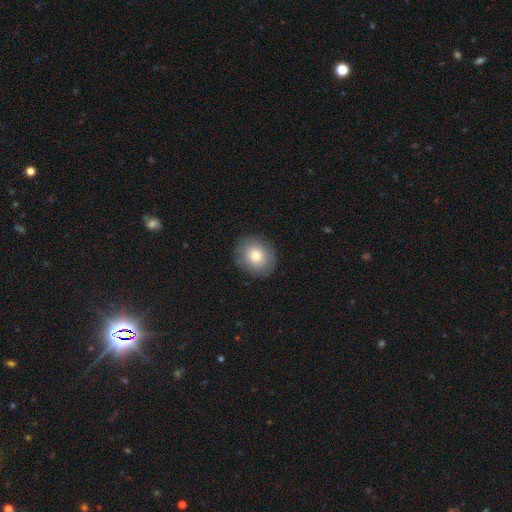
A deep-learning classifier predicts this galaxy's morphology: This is likely a smooth galaxy (78%). How rounded: likely round (72%). Merging: clearly none (87%).